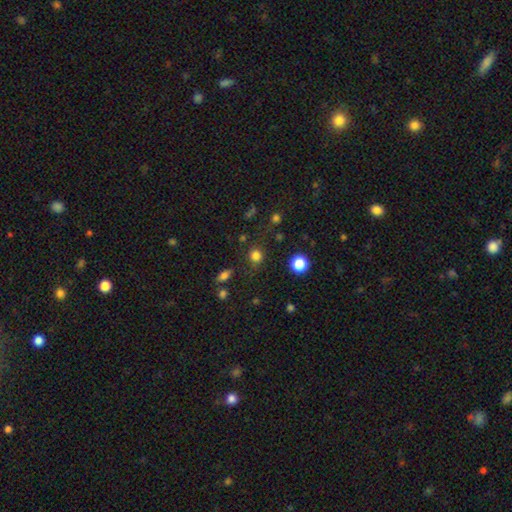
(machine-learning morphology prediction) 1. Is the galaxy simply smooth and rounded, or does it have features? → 80% smooth, 15% star or artifact, 5% featured or disk.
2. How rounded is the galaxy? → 86% round, 13% in between, 1% cigar-shaped.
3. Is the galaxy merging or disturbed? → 81% none, 11% minor disturbance, 5% major disturbance, 3% merger.